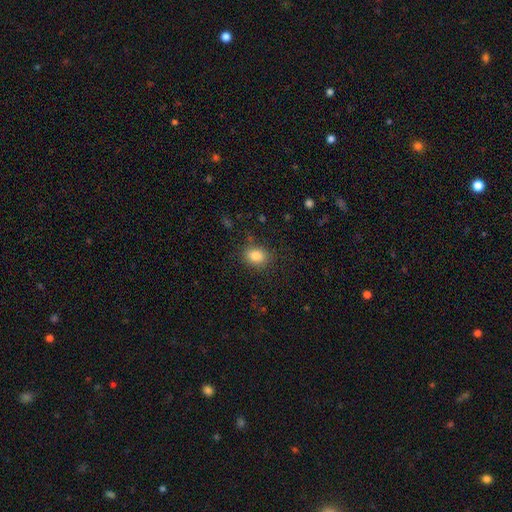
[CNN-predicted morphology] Smooth or featured? smooth (84%)
How rounded? in between (52%)
Merging? none (82%)